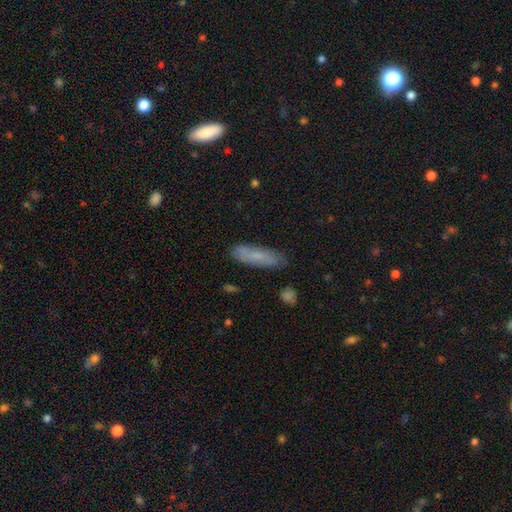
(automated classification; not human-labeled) Smooth or featured? smooth (71%)
How rounded? cigar-shaped (63%)
Merging? none (82%)